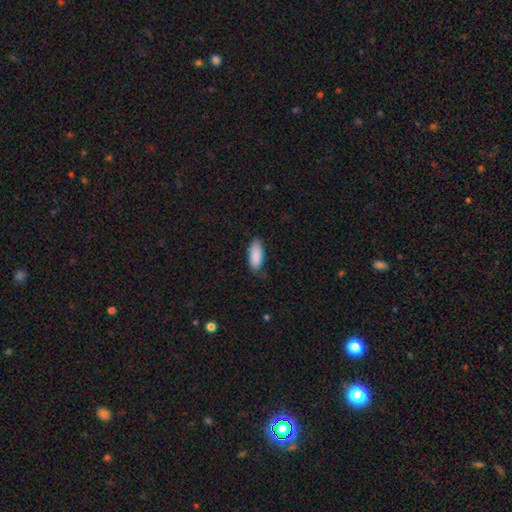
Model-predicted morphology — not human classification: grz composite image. It shows a smooth galaxy with no disk features (90%) that is in between round and cigar-shaped (86%). Merging: none (74%).